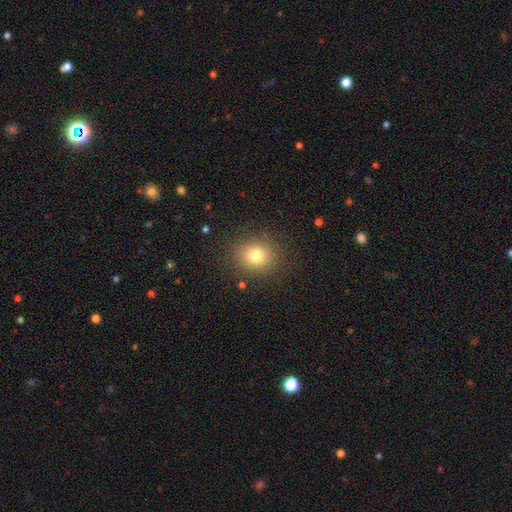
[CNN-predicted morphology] Smooth or featured? Predicted: smooth (p=0.78). How rounded? Predicted: round (p=0.78). Merging? Predicted: none (p=0.87).